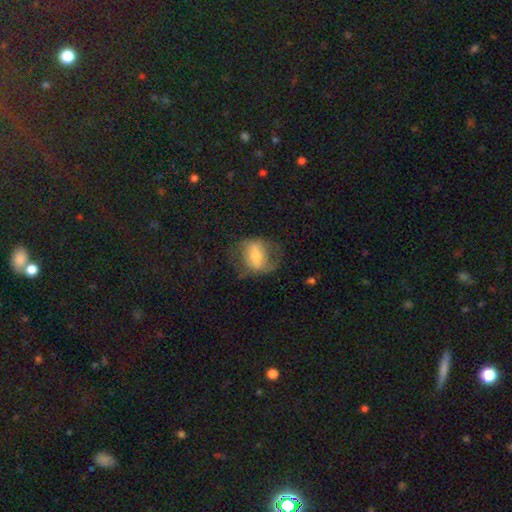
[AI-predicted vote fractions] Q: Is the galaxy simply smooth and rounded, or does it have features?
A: smooth — 47%.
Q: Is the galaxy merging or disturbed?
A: none — 54%.